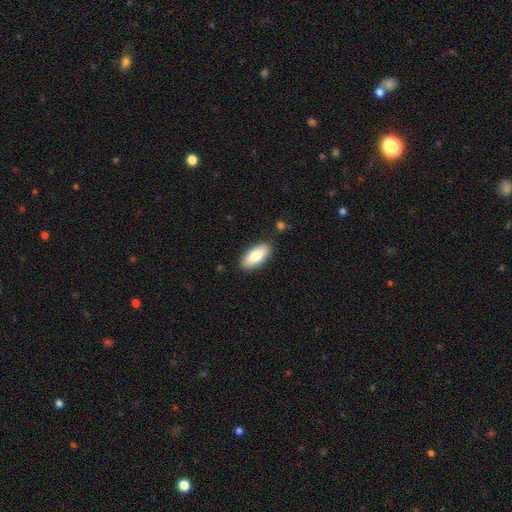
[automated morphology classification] This appears to be a smooth galaxy with no disk features (80%) that is in between round and cigar-shaped (86%). Merging: none (87%).